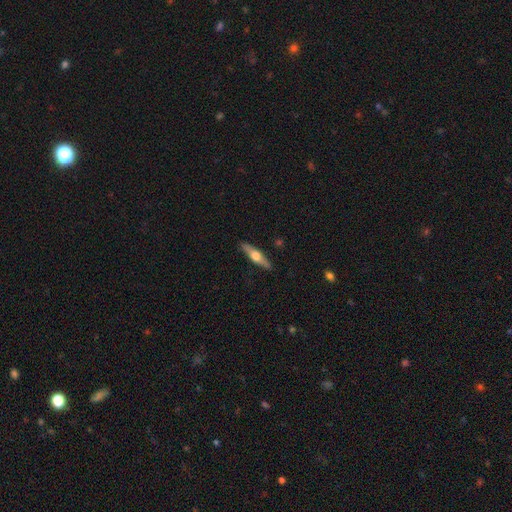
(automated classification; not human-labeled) A featured or disk galaxy (56%) viewed edge-on (93%) with a rounded central bulge (93%). Merging: none (89%).